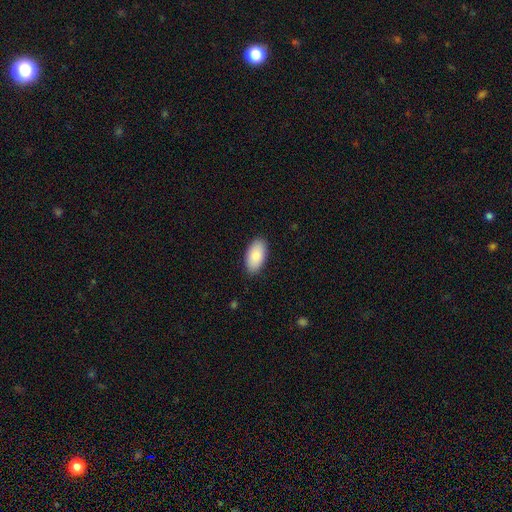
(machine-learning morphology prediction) This is clearly a smooth galaxy (85%). How rounded: clearly in between (95%). Merging: clearly none (88%).